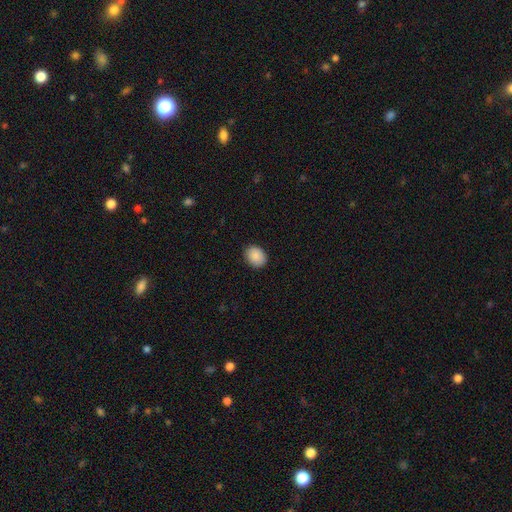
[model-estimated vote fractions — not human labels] The model was most divided on "how rounded": in between: 56%, round: 43%, cigar-shaped: 1%. More confident: smooth or featured — smooth (90%); merging — none (89%).